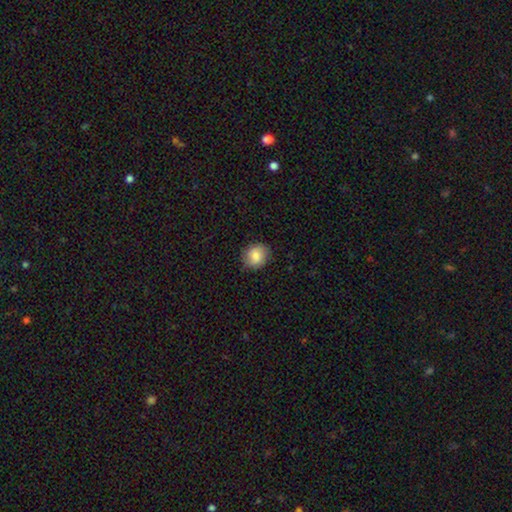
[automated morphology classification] This is clearly a smooth galaxy (82%). How rounded: likely round (78%). Merging: clearly none (84%).